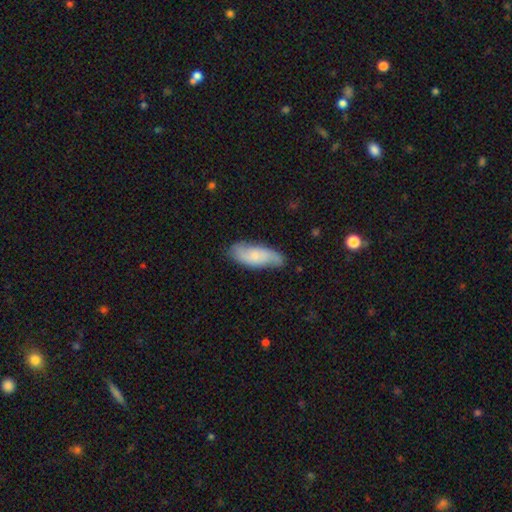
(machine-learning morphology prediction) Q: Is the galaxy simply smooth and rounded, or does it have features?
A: smooth — 58%.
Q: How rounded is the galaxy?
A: in between — 71%.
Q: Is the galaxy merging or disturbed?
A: none — 72%.